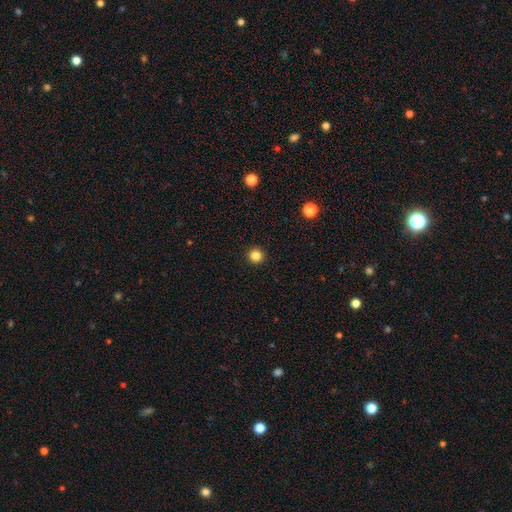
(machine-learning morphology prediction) Overall: smooth (84%). How rounded: round (96%). Merging: none (94%).